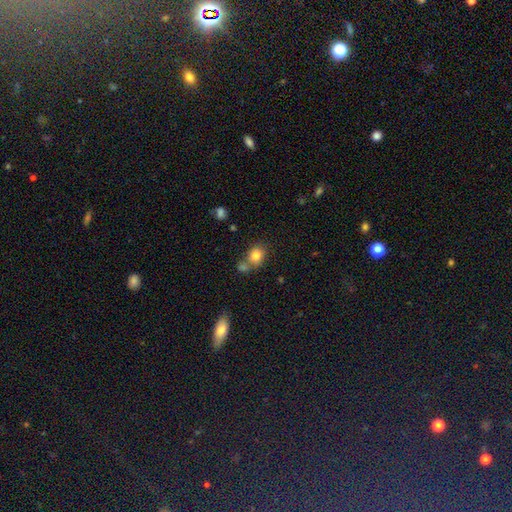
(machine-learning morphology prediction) This is clearly a smooth galaxy (81%). How rounded: likely round (62%). Merging: possibly none (56%).